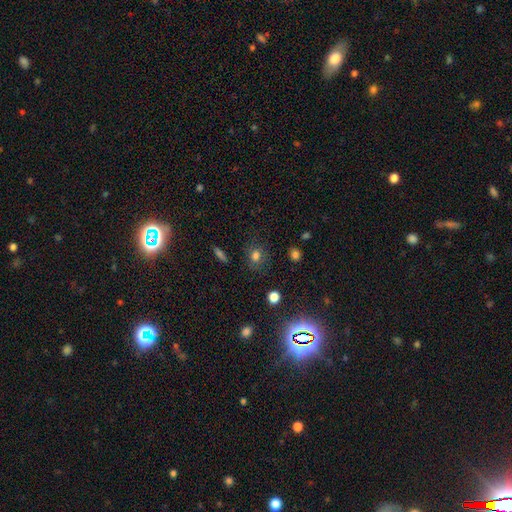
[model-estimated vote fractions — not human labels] Morphology: type=smooth (73%); roundness=round (62%); merging=none (77%).